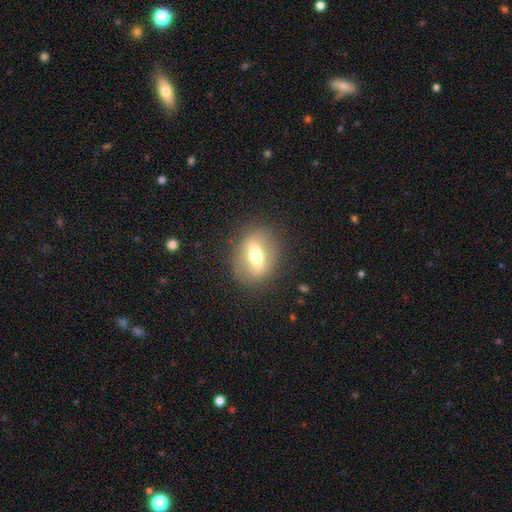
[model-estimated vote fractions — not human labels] Morphology: type=smooth (51%); roundness=in between (57%); merging=none (84%).